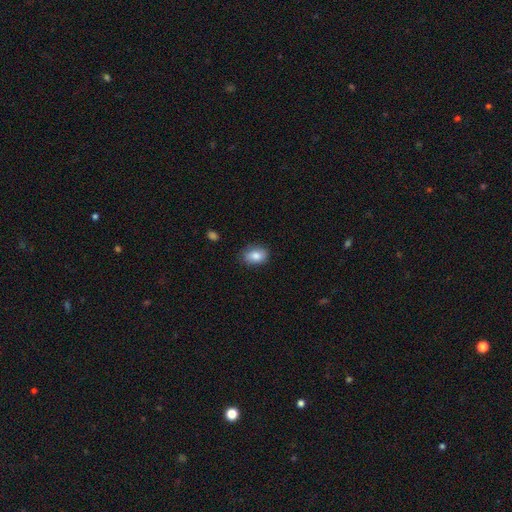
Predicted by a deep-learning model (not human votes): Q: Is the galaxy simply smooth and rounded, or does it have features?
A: smooth — 84%.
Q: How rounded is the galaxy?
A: in between — 80%.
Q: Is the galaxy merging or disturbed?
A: none — 78%.